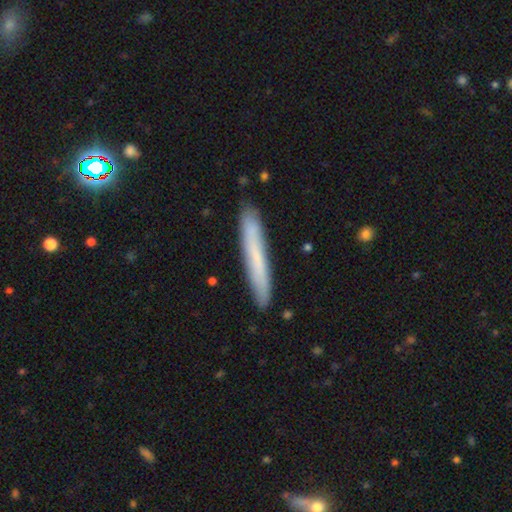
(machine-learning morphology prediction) smooth-or-featured: smooth: 65% | featured or disk: 29% | star or artifact: 6%
  how-rounded: cigar-shaped: 95% | in between: 4% | round: 1%
  merging: none: 87% | minor disturbance: 9% | major disturbance: 2% | merger: 2%